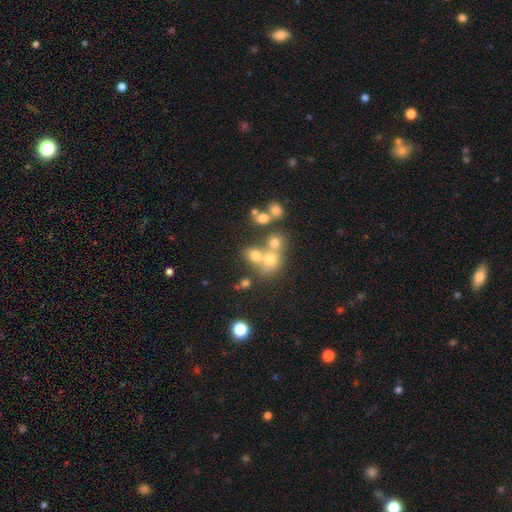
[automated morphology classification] Smooth or featured? smooth (65%)
How rounded? round (61%)
Merging? merger (47%)